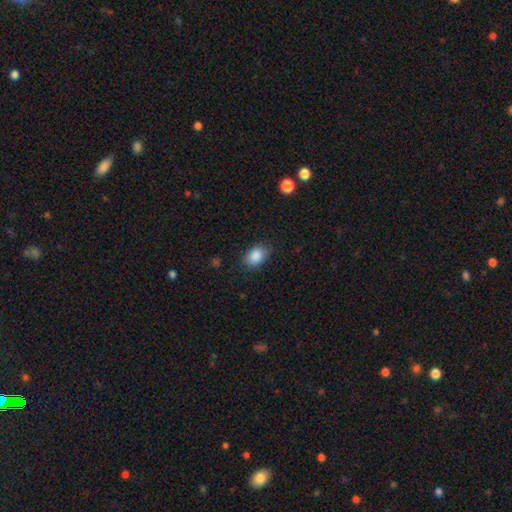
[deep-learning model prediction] Smooth or featured?
  - smooth: 88% *
  - star or artifact: 8%
  - featured or disk: 4%
How rounded?
  - in between: 76% *
  - round: 23%
  - cigar-shaped: 1%
Merging?
  - none: 83% *
  - minor disturbance: 13%
  - major disturbance: 3%
  - merger: 1%